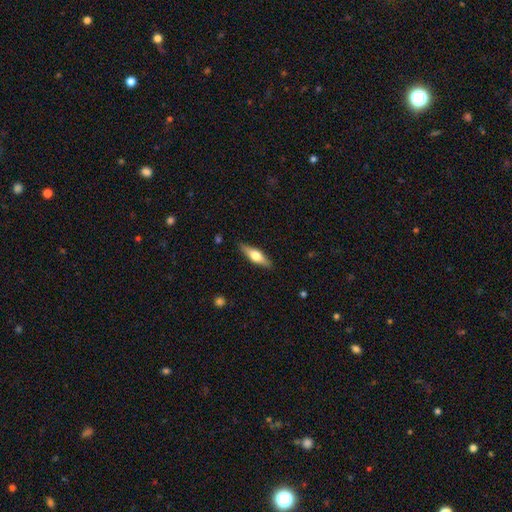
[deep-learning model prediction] This appears to be a featured or disk galaxy (49%). Merging: none (88%).